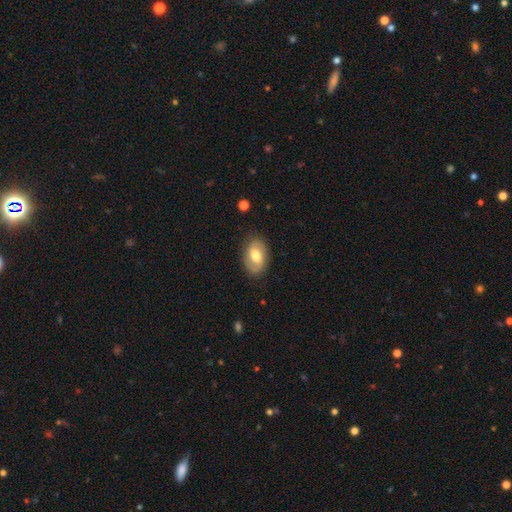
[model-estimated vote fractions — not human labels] Q: Smooth or featured?
A: featured or disk (51%); runner-up: smooth (42%)
Q: Edge-on disk?
A: no (95%); runner-up: yes (5%)
Q: Merging?
A: none (80%); runner-up: minor disturbance (14%)